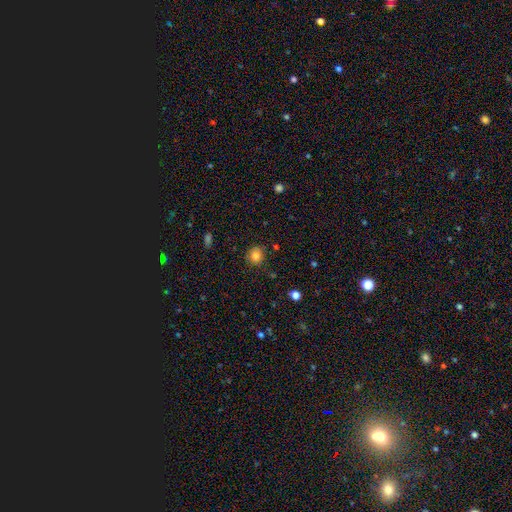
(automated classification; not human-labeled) Smooth or featured? Predicted: smooth (p=0.81). How rounded? Predicted: round (p=0.83). Merging? Predicted: none (p=0.81).